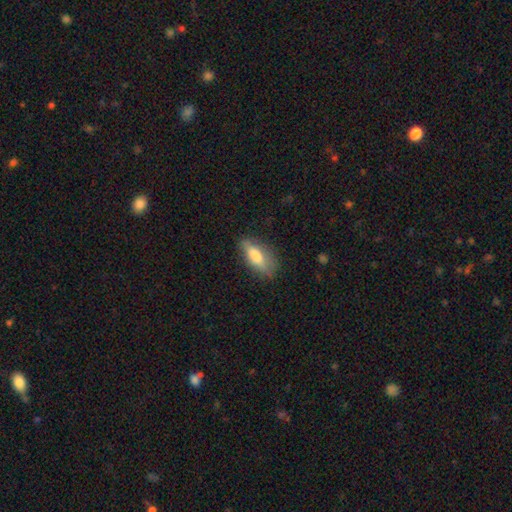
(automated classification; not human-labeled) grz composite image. It shows a smooth galaxy with no disk features (76%) that is in between round and cigar-shaped (74%). Merging: none (67%).